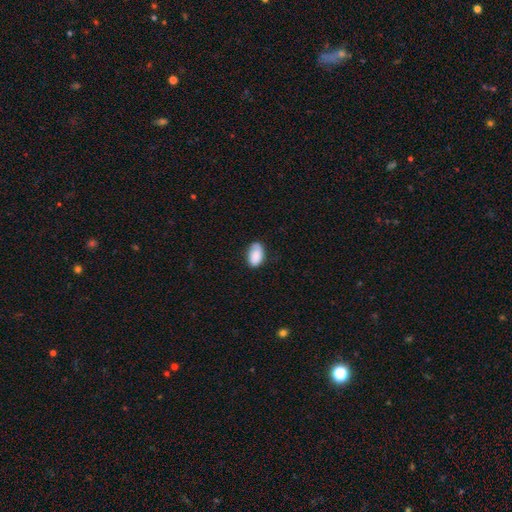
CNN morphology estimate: type=smooth (86%); roundness=in between (93%); merging=none (70%).